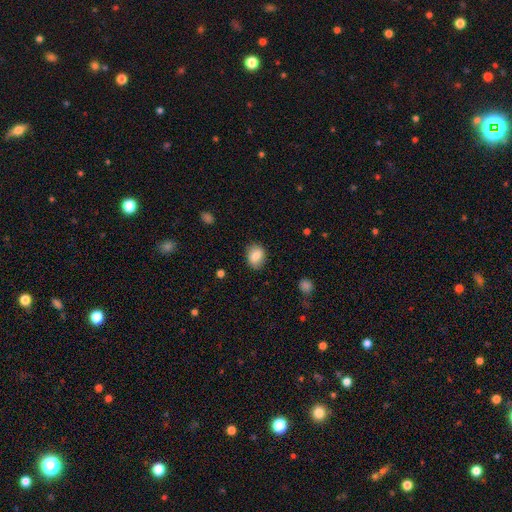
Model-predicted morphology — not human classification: smooth_or_featured: smooth (p=0.83) [alt: featured or disk p=0.09]
how_rounded: in between (p=0.61) [alt: round p=0.38]
merging: none (p=0.84) [alt: minor disturbance p=0.12]